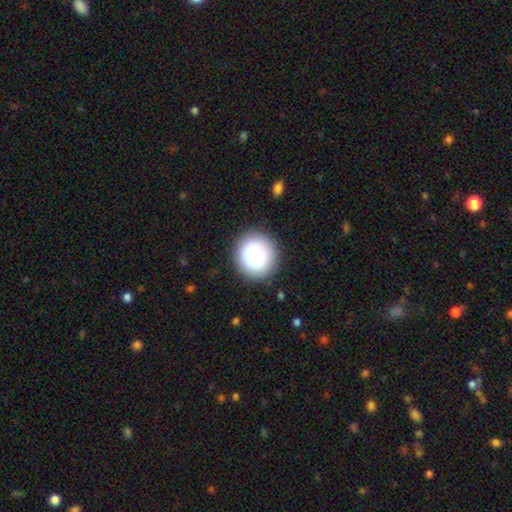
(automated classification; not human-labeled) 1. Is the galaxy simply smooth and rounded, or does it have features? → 78% smooth, 14% featured or disk, 8% star or artifact.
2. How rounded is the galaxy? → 88% round, 11% in between, 1% cigar-shaped.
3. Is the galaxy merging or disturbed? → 86% none, 9% minor disturbance, 3% major disturbance, 2% merger.